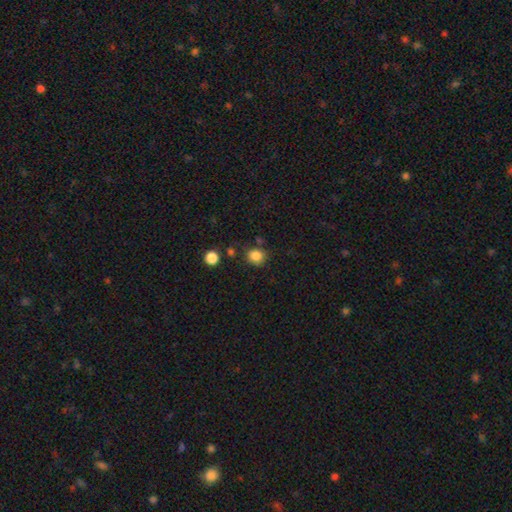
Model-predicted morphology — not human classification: A smooth galaxy with no disk features (84%) that is round (77%).

Vote fractions:
- Smooth or featured? smooth: 84% / star or artifact: 12% / featured or disk: 4%
- How rounded? round: 77% / in between: 22% / cigar-shaped: 1%
- Merging? none: 79% / minor disturbance: 12% / merger: 5% / major disturbance: 4%